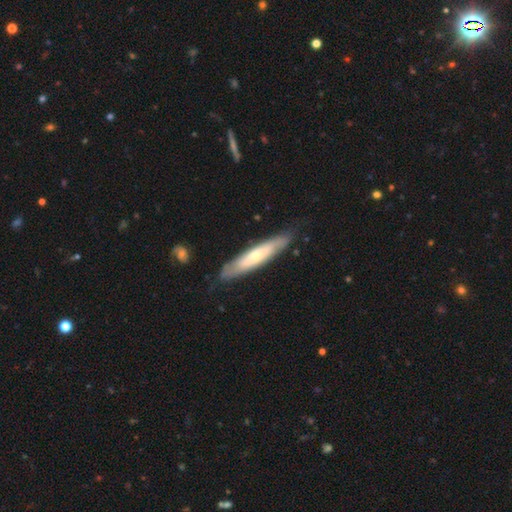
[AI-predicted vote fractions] Q: Smooth or featured?
A: featured or disk (48%); runner-up: smooth (47%)
Q: Merging?
A: none (82%); runner-up: minor disturbance (14%)